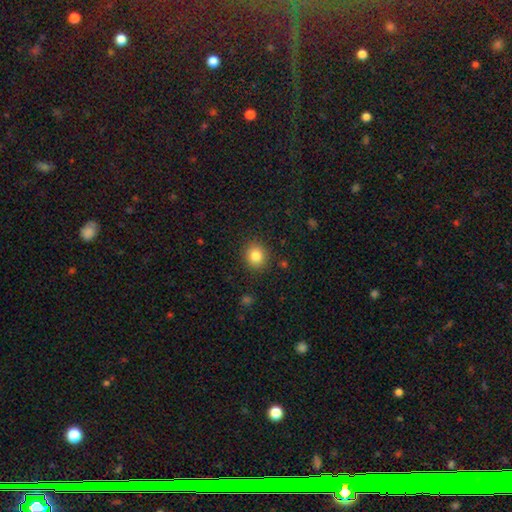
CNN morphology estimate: smooth-or-featured: smooth: 83% | star or artifact: 11% | featured or disk: 6%
  how-rounded: round: 81% | in between: 18% | cigar-shaped: 1%
  merging: none: 89% | minor disturbance: 7% | major disturbance: 3% | merger: 1%